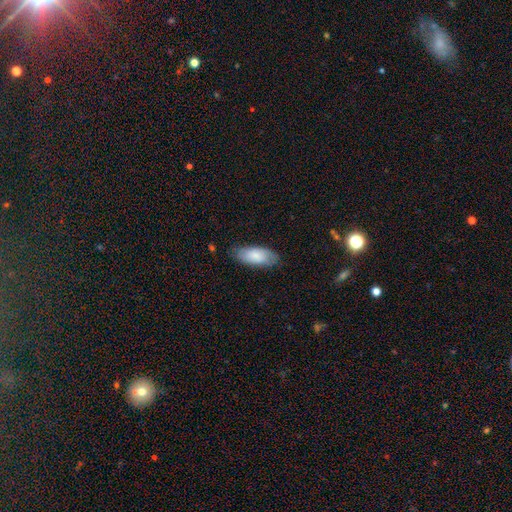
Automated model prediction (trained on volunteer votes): Morphology: type=smooth (79%); roundness=in between (86%); merging=none (79%).